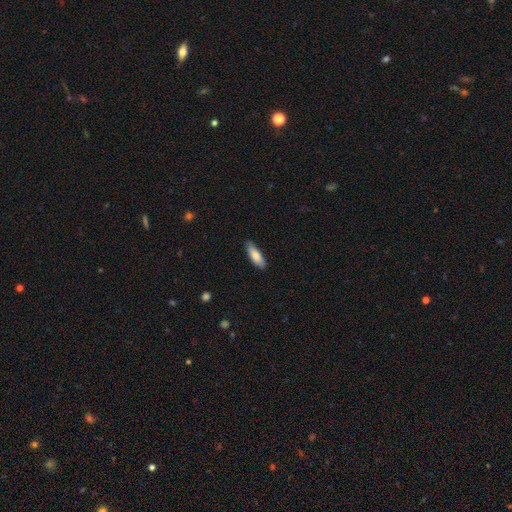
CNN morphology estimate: smooth 80%, featured or disk 15%, star or artifact 6%. Down the decision tree: how rounded — in between (56%); merging — none (82%).